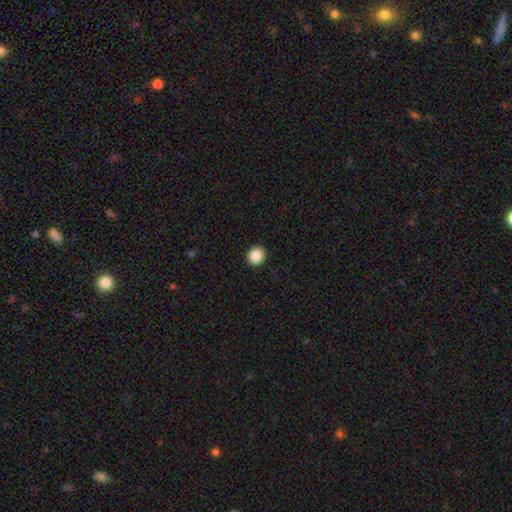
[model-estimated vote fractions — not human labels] Smooth or featured: smooth — 89% (star or artifact — 9%)
How rounded: round — 86% (in between — 13%)
Merging: none — 92% (minor disturbance — 6%)